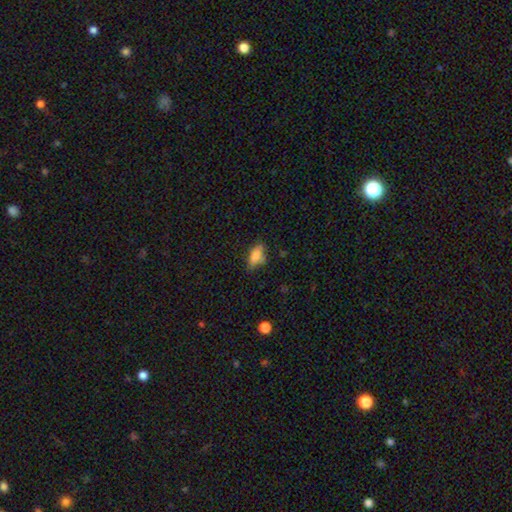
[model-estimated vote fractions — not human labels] This appears to be a smooth galaxy with no disk features (78%) that is in between round and cigar-shaped (84%). Merging: none (63%).